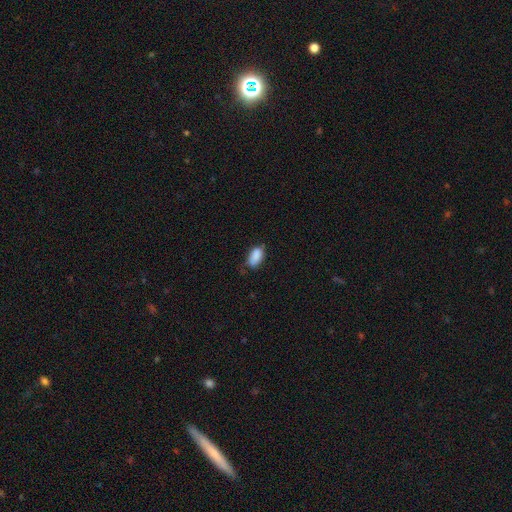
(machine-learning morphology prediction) Smooth or featured? Predicted: smooth (p=0.87). How rounded? Predicted: in between (p=0.92). Merging? Predicted: none (p=0.59).